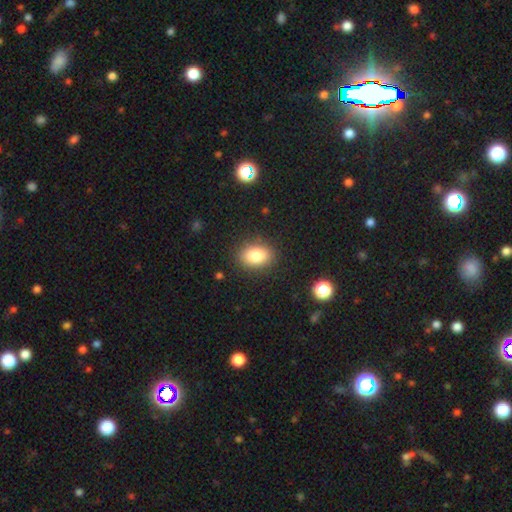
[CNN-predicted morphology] Smooth or featured?
  - smooth: 83% *
  - star or artifact: 9%
  - featured or disk: 8%
How rounded?
  - in between: 78% *
  - round: 21%
  - cigar-shaped: 1%
Merging?
  - none: 86% *
  - minor disturbance: 9%
  - major disturbance: 3%
  - merger: 1%